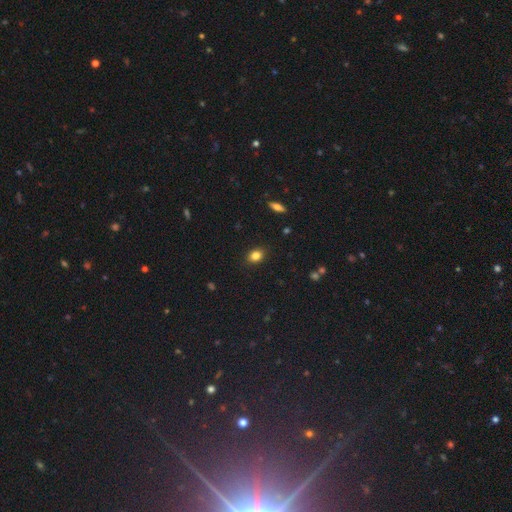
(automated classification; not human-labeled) Smooth or featured? smooth (82%)
How rounded? in between (57%)
Merging? none (87%)